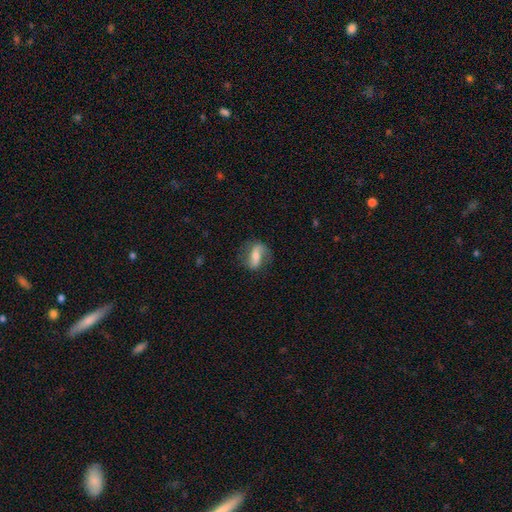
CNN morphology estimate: This is possibly a featured or disk galaxy (59%). It is clearly not viewed edge-on (92%). Bar: marginally strong (44%). Spiral arm pattern: clearly yes (82%). Central bulge: possibly moderate (53%). Merging: likely none (69%).